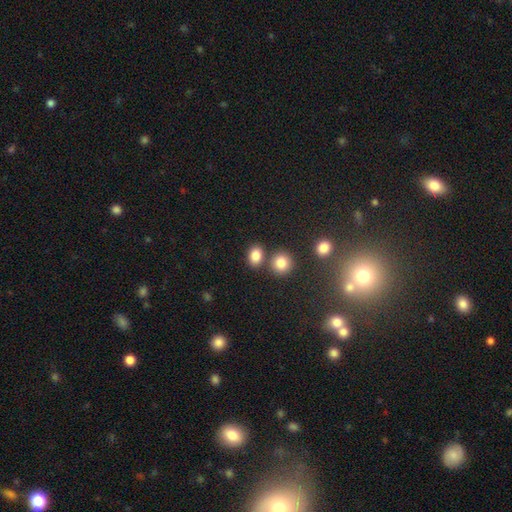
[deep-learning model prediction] Smooth or featured? Predicted: smooth (p=0.84). How rounded? Predicted: in between (p=0.62). Merging? Predicted: none (p=0.67).